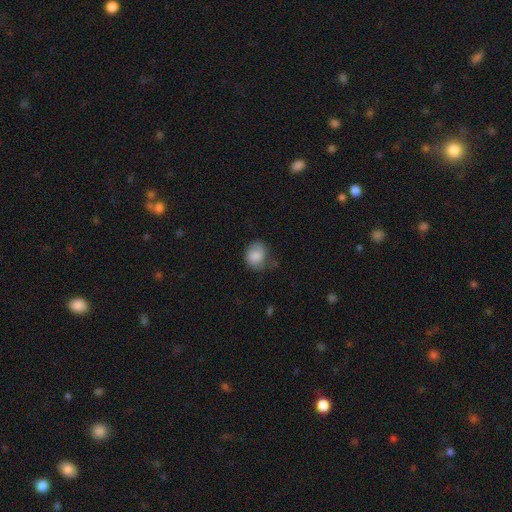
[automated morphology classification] smooth-or-featured: smooth: 80% | featured or disk: 13% | star or artifact: 7%
  how-rounded: round: 65% | in between: 35% | cigar-shaped: 1%
  merging: none: 48% | minor disturbance: 35% | major disturbance: 15% | merger: 2%